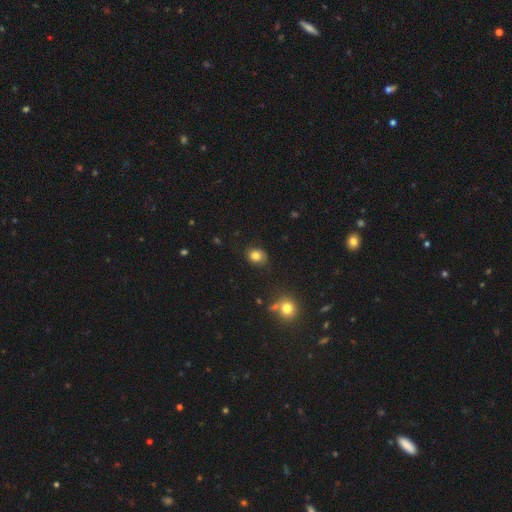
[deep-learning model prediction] The model was most divided on "how rounded": round: 53%, in between: 46%, cigar-shaped: 1%. More confident: smooth or featured — smooth (79%); merging — none (76%).